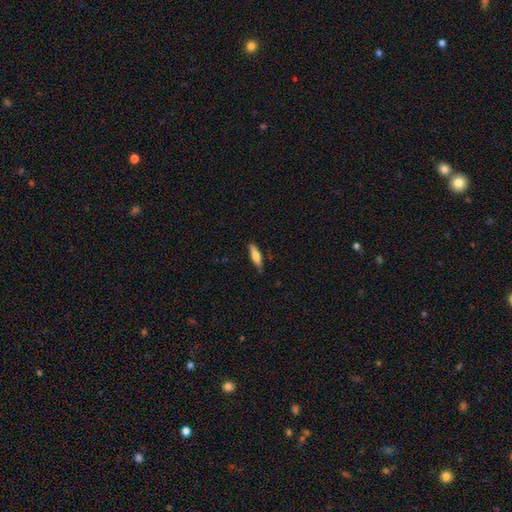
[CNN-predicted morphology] A smooth galaxy with no disk features (69%) that is cigar-shaped (62%). Merging: none (82%).